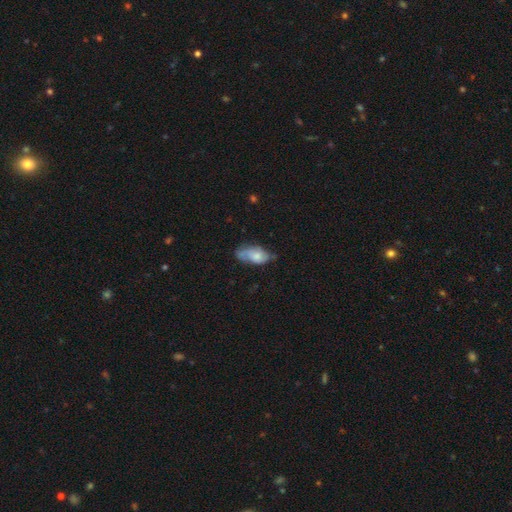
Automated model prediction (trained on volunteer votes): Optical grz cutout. It shows a smooth galaxy with no disk features (59%) that is in between round and cigar-shaped (90%). Merging: none (49%).